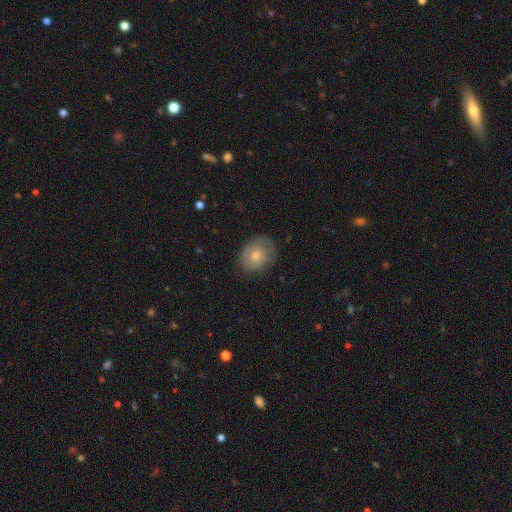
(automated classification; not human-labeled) The model was most divided on "how rounded": in between: 51%, round: 48%, cigar-shaped: 1%. More confident: smooth or featured — smooth (66%); merging — none (65%).